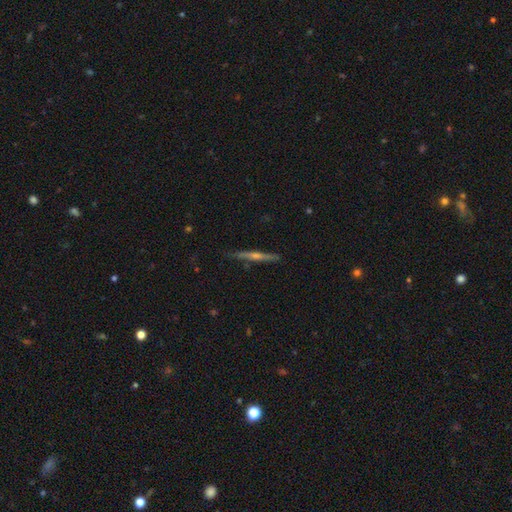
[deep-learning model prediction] Smooth or featured?
  - featured or disk: 66% *
  - smooth: 22%
  - star or artifact: 12%
Edge-on disk?
  - yes: 94% *
  - no: 6%
Edge-on bulge?
  - rounded: 78% *
  - none: 15%
  - boxy: 8%
Merging?
  - none: 87% *
  - minor disturbance: 9%
  - major disturbance: 2%
  - merger: 2%